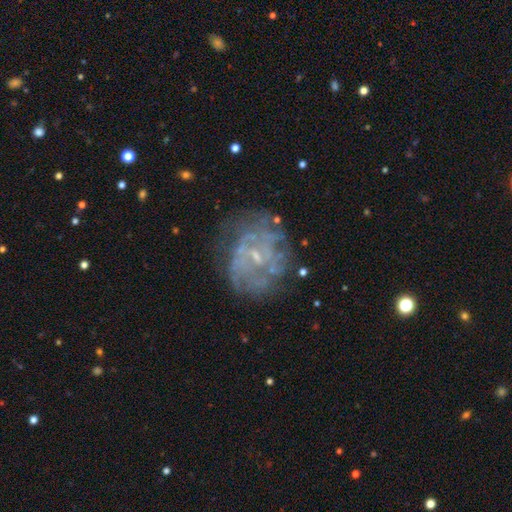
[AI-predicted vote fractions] Q: Smooth or featured?
A: featured or disk (71%); runner-up: smooth (17%)
Q: Edge-on disk?
A: no (98%); runner-up: yes (2%)
Q: Bar?
A: no (67%); runner-up: weak (28%)
Q: Spiral arms?
A: yes (56%); runner-up: no (44%)
Q: Bulge size?
A: small (66%); runner-up: none (19%)
Q: Merging?
A: none (61%); runner-up: minor disturbance (20%)